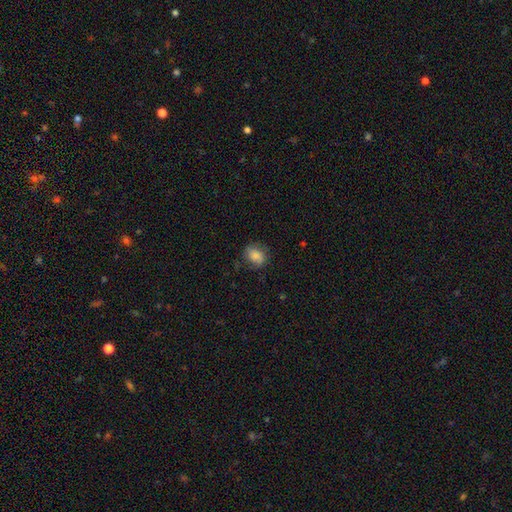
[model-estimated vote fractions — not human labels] A smooth galaxy with no disk features (74%) that is in between round and cigar-shaped (57%).

Vote fractions:
- Smooth or featured? smooth: 74% / featured or disk: 17% / star or artifact: 9%
- How rounded? in between: 57% / round: 41% / cigar-shaped: 1%
- Merging? none: 68% / minor disturbance: 22% / major disturbance: 9% / merger: 1%